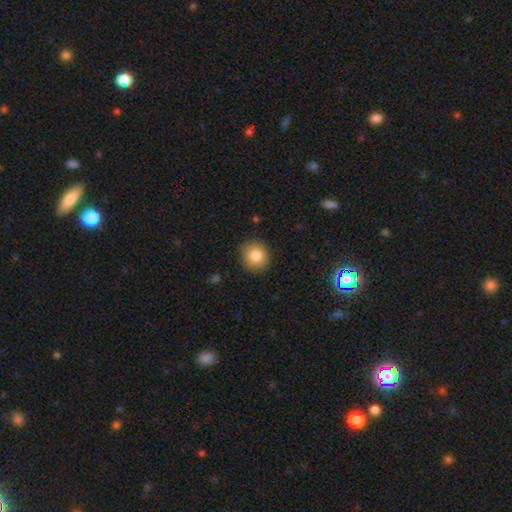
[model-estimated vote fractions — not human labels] This appears to be a smooth galaxy with no disk features (84%) that is round (88%). Merging: none (89%).